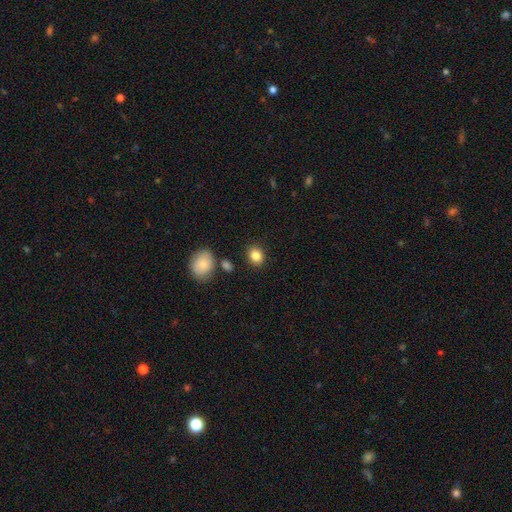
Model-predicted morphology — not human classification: Smooth or featured? smooth (84%)
How rounded? round (56%)
Merging? none (85%)